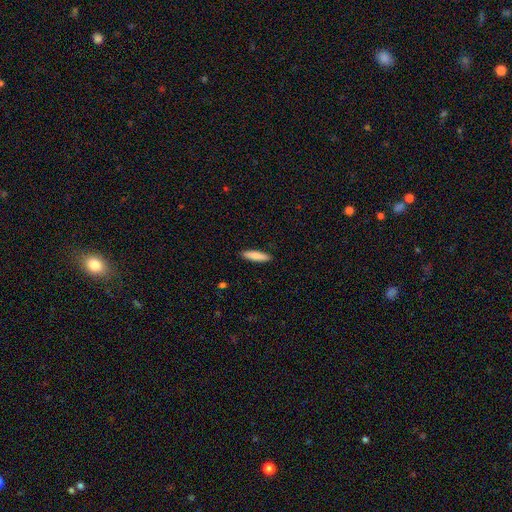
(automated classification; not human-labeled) A smooth galaxy with no disk features (83%) that is cigar-shaped (79%).

Vote fractions:
- Smooth or featured? smooth: 83% / featured or disk: 12% / star or artifact: 6%
- How rounded? cigar-shaped: 79% / in between: 19% / round: 1%
- Merging? none: 90% / minor disturbance: 7% / major disturbance: 2% / merger: 1%